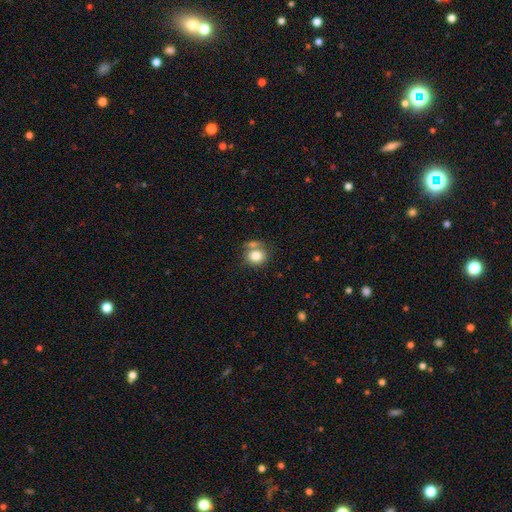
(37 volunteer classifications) A smooth galaxy with no disk features (86%) that is round (62%). Merging: none (61%).